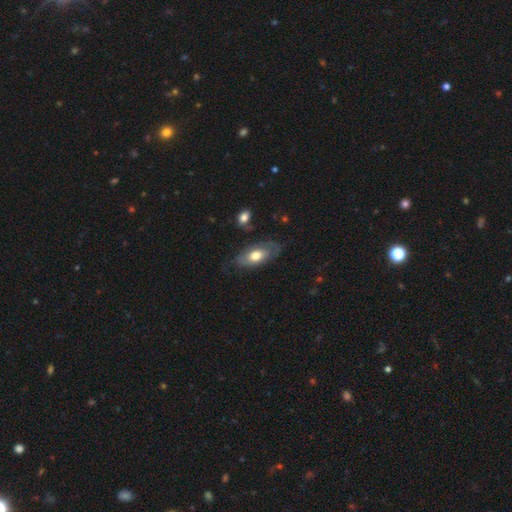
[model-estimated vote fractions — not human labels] smooth_or_featured: smooth (p=0.54) [alt: featured or disk p=0.40]
how_rounded: in between (p=0.90) [alt: cigar-shaped p=0.06]
merging: none (p=0.63) [alt: minor disturbance p=0.25]